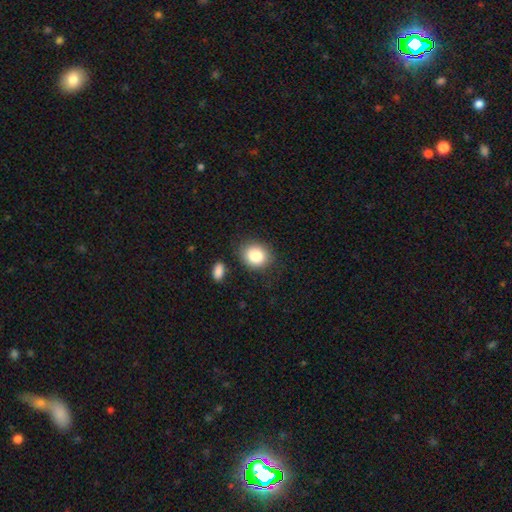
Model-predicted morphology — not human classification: Smooth or featured: smooth — 83% (star or artifact — 9%)
How rounded: round — 67% (in between — 32%)
Merging: none — 83% (minor disturbance — 10%)